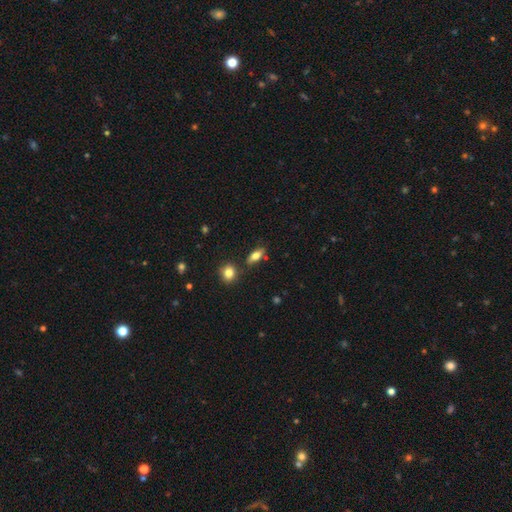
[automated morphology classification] The model was most divided on "smooth or featured": smooth: 71%, featured or disk: 21%, star or artifact: 8%. More confident: merging — none (78%); how rounded — in between (74%).